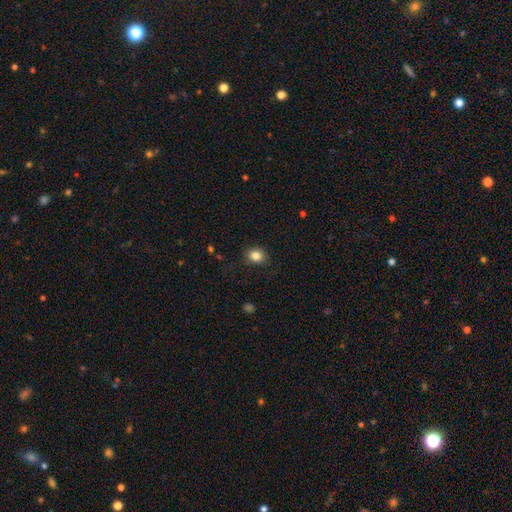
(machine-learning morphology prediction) Smooth or featured?
  - smooth: 85% *
  - star or artifact: 10%
  - featured or disk: 5%
How rounded?
  - round: 62% *
  - in between: 38%
  - cigar-shaped: 1%
Merging?
  - none: 86% *
  - minor disturbance: 11%
  - major disturbance: 3%
  - merger: 1%